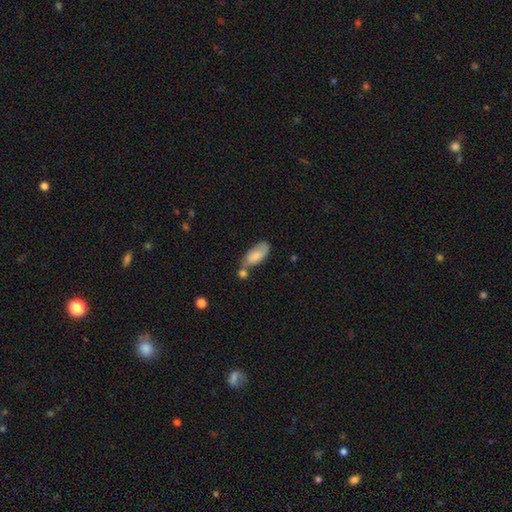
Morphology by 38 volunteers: This is clearly a smooth galaxy (82%). How rounded: clearly in between (90%). Merging: possibly none (46%).